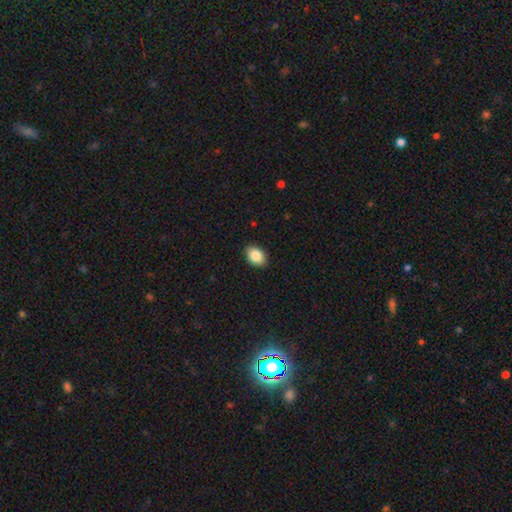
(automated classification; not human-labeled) Smooth or featured: smooth — 88% (star or artifact — 7%)
How rounded: in between — 84% (round — 15%)
Merging: none — 89% (minor disturbance — 8%)